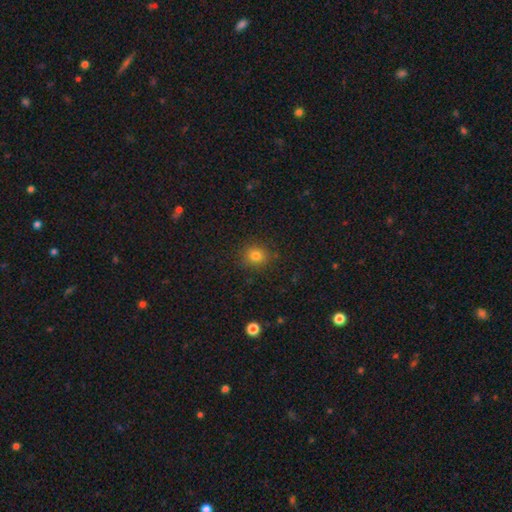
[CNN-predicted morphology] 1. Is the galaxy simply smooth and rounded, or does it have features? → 80% smooth, 14% star or artifact, 6% featured or disk.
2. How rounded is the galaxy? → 82% round, 17% in between, 1% cigar-shaped.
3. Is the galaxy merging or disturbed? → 87% none, 9% minor disturbance, 3% major disturbance, 1% merger.